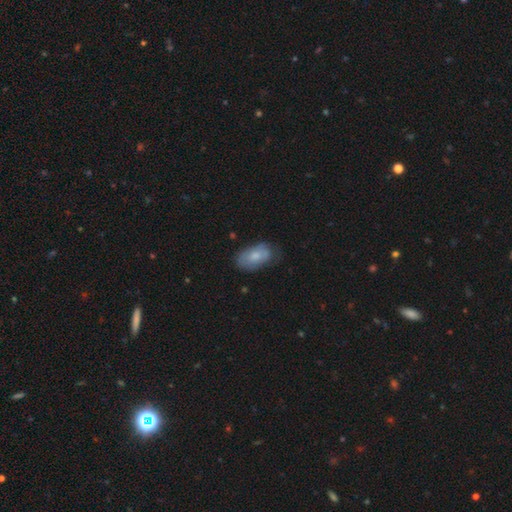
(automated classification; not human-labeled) Smooth or featured?
  - smooth: 67% *
  - featured or disk: 26%
  - star or artifact: 7%
How rounded?
  - in between: 92% *
  - round: 5%
  - cigar-shaped: 2%
Merging?
  - none: 59% *
  - minor disturbance: 30%
  - major disturbance: 9%
  - merger: 2%